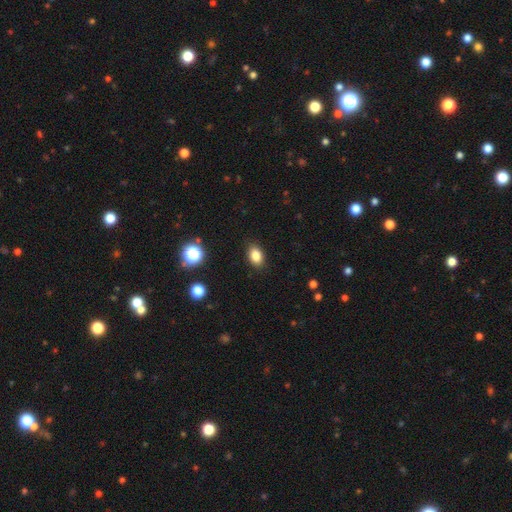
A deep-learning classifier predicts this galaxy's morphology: Overall: smooth (84%). How rounded: in between (83%). Merging: none (88%).